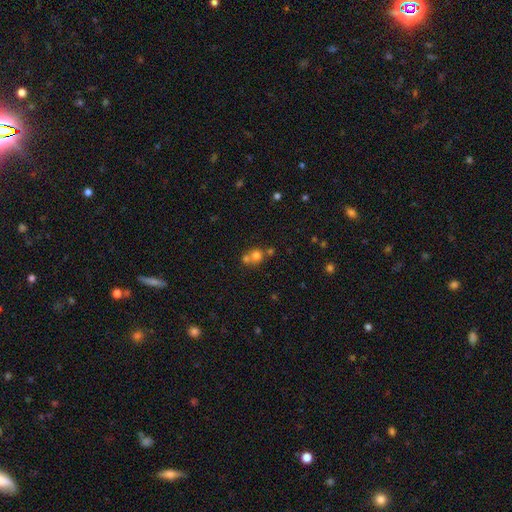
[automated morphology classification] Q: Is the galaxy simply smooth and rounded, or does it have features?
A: smooth — 72%.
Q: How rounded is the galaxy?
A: round — 84%.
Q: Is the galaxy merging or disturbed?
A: merger — 49%.